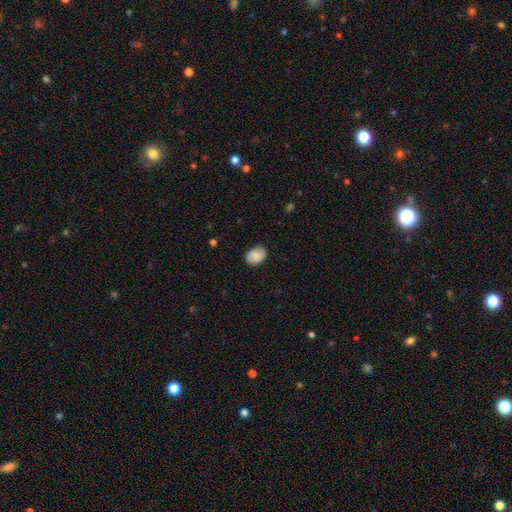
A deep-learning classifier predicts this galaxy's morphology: smooth_or_featured: smooth (p=0.83) [alt: featured or disk p=0.10]
how_rounded: in between (p=0.72) [alt: round p=0.27]
merging: none (p=0.82) [alt: minor disturbance p=0.14]